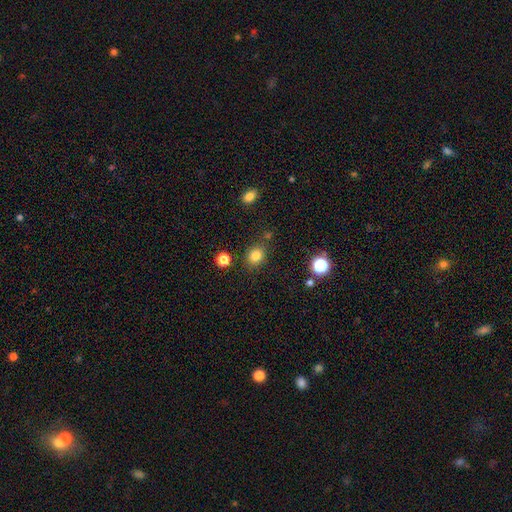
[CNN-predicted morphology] Overall: smooth (81%). How rounded: round (72%). Merging: none (83%).